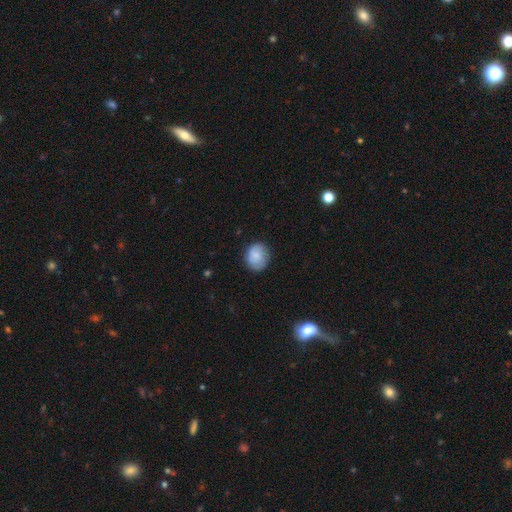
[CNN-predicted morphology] smooth-or-featured: smooth: 81% | featured or disk: 12% | star or artifact: 7%
  how-rounded: round: 69% | in between: 30% | cigar-shaped: 1%
  merging: none: 81% | minor disturbance: 14% | major disturbance: 3% | merger: 1%